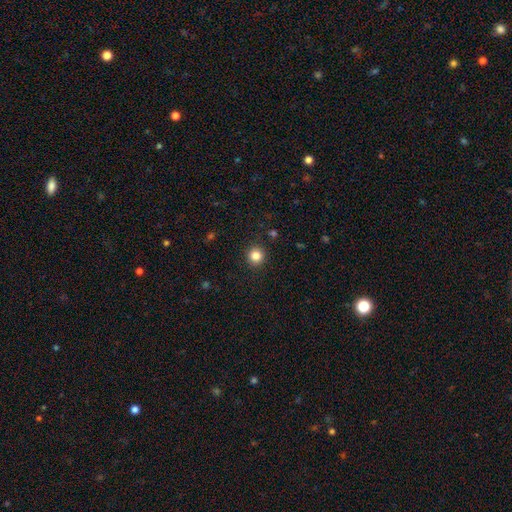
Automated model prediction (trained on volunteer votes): Smooth or featured?
  - smooth: 84% *
  - star or artifact: 12%
  - featured or disk: 5%
How rounded?
  - round: 94% *
  - in between: 5%
  - cigar-shaped: 1%
Merging?
  - none: 92% *
  - minor disturbance: 5%
  - major disturbance: 2%
  - merger: 1%